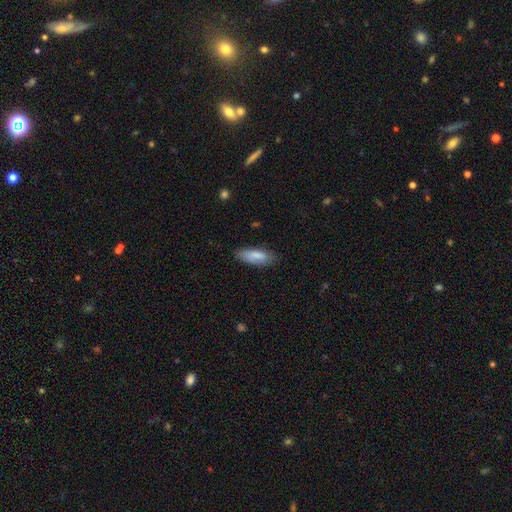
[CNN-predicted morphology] The model was most divided on "how rounded": in between: 61%, cigar-shaped: 38%, round: 2%. More confident: smooth or featured — smooth (83%); merging — none (78%).